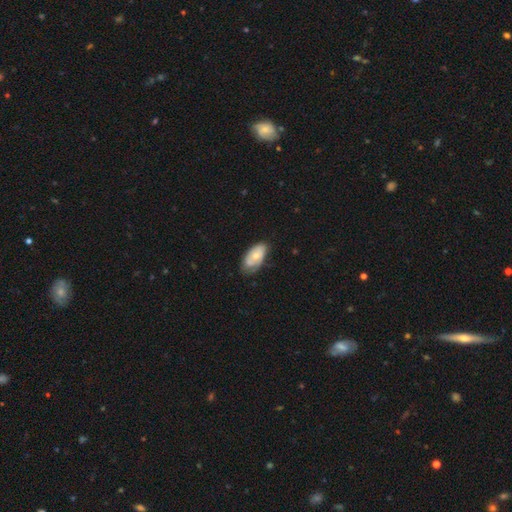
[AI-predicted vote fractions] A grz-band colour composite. It shows a smooth galaxy with no disk features (57%) that is in between round and cigar-shaped (93%). Merging: none (60%).